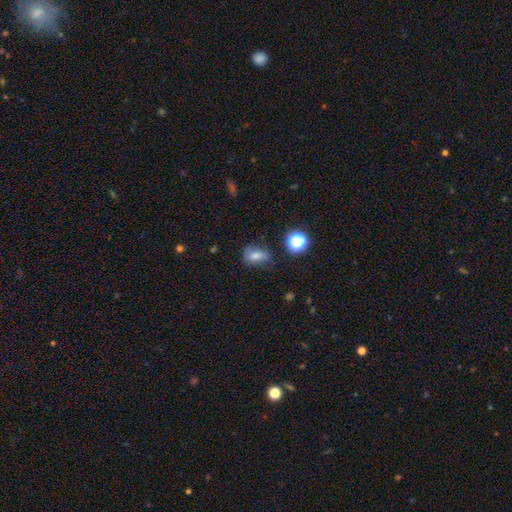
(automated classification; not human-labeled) smooth 70%, star or artifact 15%, featured or disk 15%. Down the decision tree: how rounded — in between (76%); merging — none (58%).